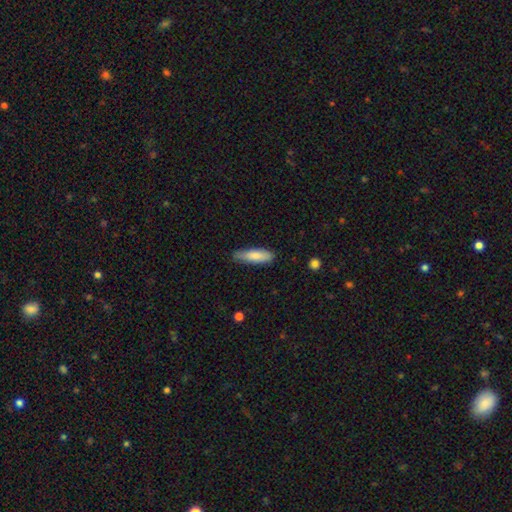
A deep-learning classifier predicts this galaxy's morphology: Smooth or featured: smooth — 81% (featured or disk — 13%)
How rounded: cigar-shaped — 55% (in between — 43%)
Merging: none — 74% (minor disturbance — 21%)